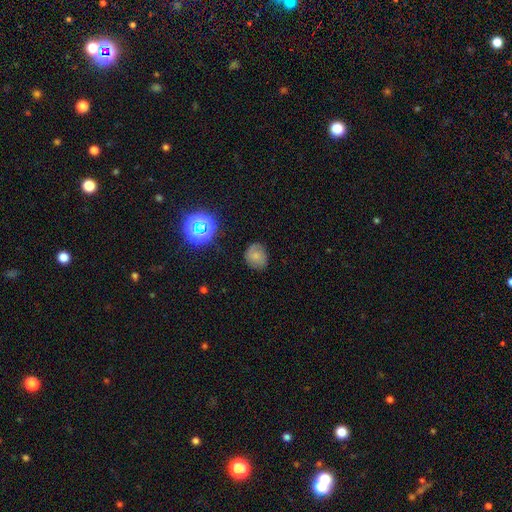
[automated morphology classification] smooth-or-featured: smooth: 66% | featured or disk: 18% | star or artifact: 16%
  how-rounded: round: 72% | in between: 27% | cigar-shaped: 1%
  merging: none: 74% | minor disturbance: 19% | major disturbance: 5% | merger: 2%